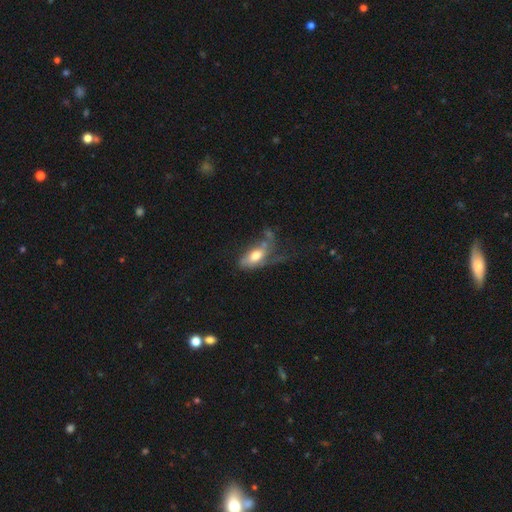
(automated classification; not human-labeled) This is likely a smooth galaxy (61%). How rounded: clearly in between (85%). Merging: marginally major disturbance (34%).